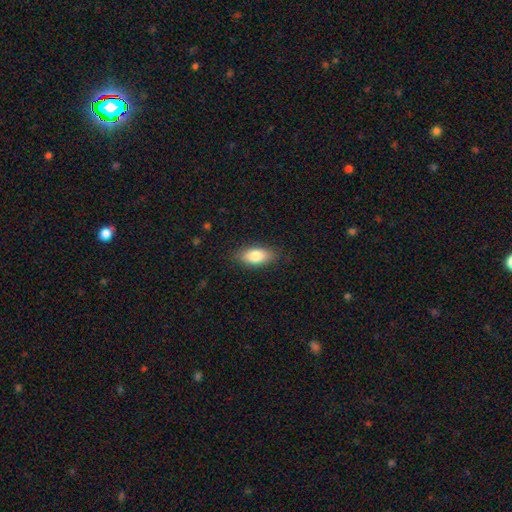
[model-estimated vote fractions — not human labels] Overall: smooth (83%). How rounded: in between (88%). Merging: none (85%).